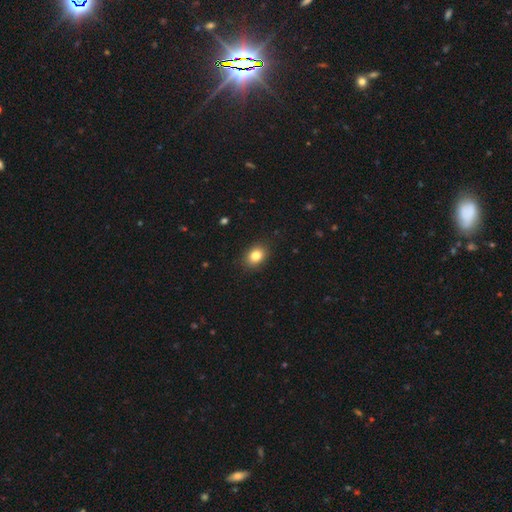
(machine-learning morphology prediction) A smooth galaxy with no disk features (83%) that is in between round and cigar-shaped (62%). Merging: none (88%).